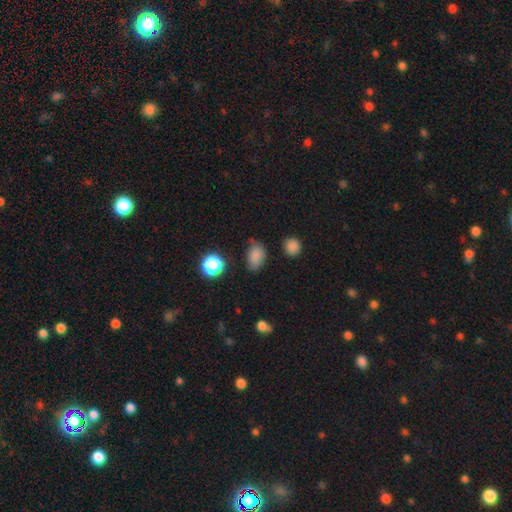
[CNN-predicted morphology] Q: Smooth or featured?
A: smooth (81%); runner-up: star or artifact (13%)
Q: How rounded?
A: in between (78%); runner-up: round (21%)
Q: Merging?
A: none (63%); runner-up: minor disturbance (27%)